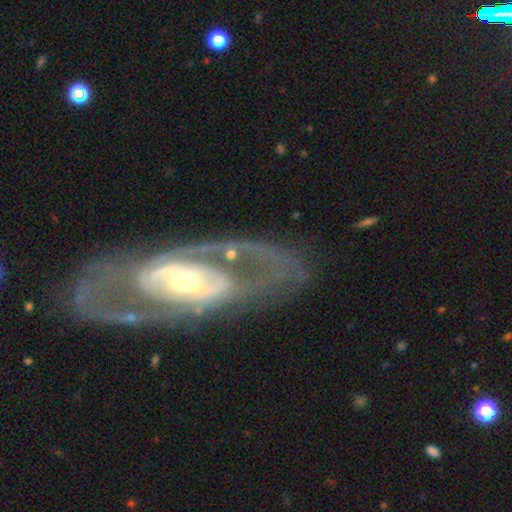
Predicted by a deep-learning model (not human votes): Overall: featured or disk (83%). Edge-on disk: no (90%). Bar: no (46%; weak 27%). Spiral arms: yes (67%; no 33%). Spiral arm count: 2 (74%). Spiral winding: medium (42%; tight 38%). Bulge size: small (47%; moderate 42%). Merging: none (74%).